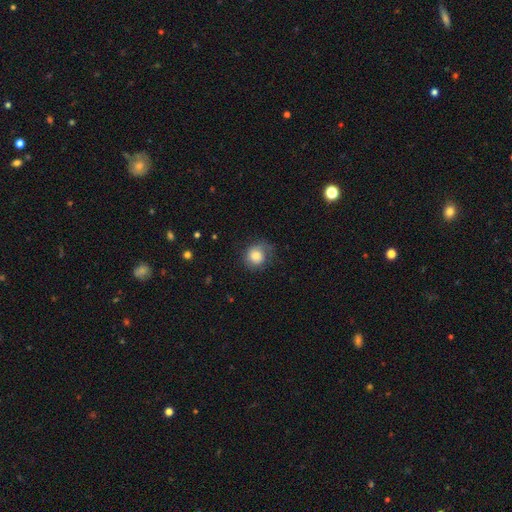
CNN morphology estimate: Smooth or featured?
  - smooth: 77% *
  - featured or disk: 14%
  - star or artifact: 8%
How rounded?
  - round: 78% *
  - in between: 21%
  - cigar-shaped: 1%
Merging?
  - none: 58% *
  - minor disturbance: 27%
  - major disturbance: 14%
  - merger: 1%